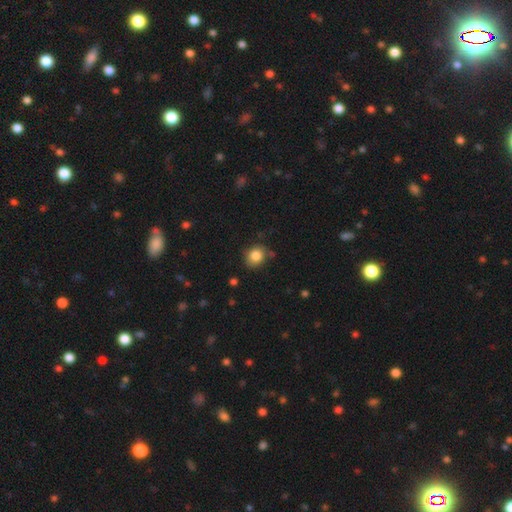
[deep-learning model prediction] This appears to be a smooth galaxy with no disk features (84%) that is round (71%). Merging: none (75%).